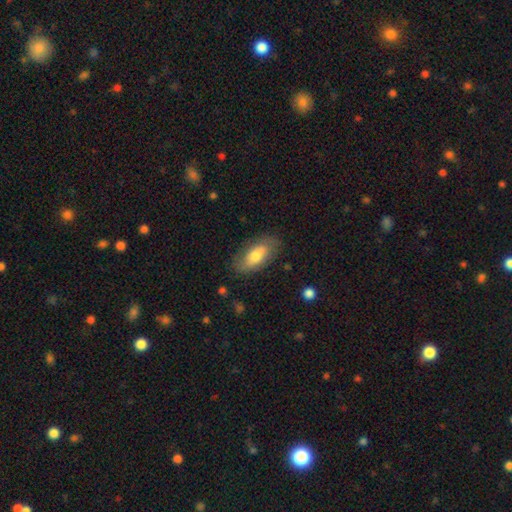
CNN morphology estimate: Smooth or featured? smooth (67%)
How rounded? in between (87%)
Merging? none (77%)